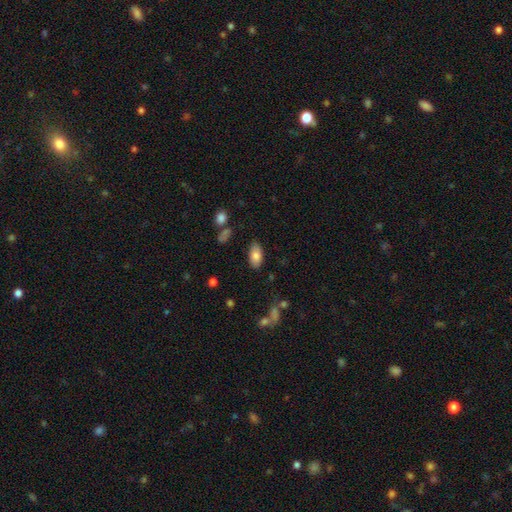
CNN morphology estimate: This is clearly a smooth galaxy (81%). How rounded: clearly in between (92%). Merging: clearly none (83%).